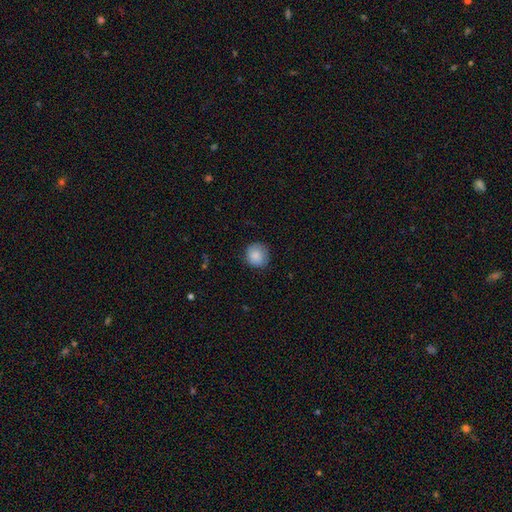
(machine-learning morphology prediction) Q: Smooth or featured?
A: smooth (87%); runner-up: star or artifact (8%)
Q: How rounded?
A: round (89%); runner-up: in between (10%)
Q: Merging?
A: none (82%); runner-up: minor disturbance (14%)